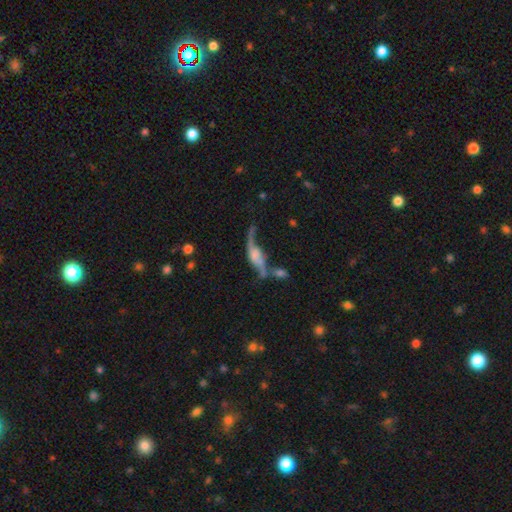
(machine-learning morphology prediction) Smooth or featured? featured or disk (67%)
Edge-on disk? no (64%)
Merging? merger (31%)